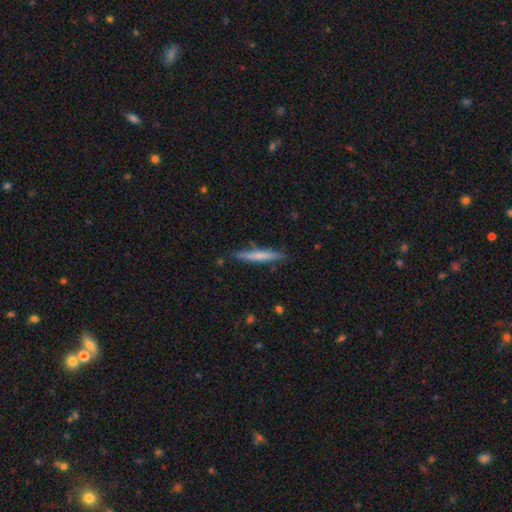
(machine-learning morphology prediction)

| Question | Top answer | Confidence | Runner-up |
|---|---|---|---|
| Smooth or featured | smooth | 56% | featured or disk (38%) |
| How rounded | cigar-shaped | 95% | in between (4%) |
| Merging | none | 86% | minor disturbance (11%) |